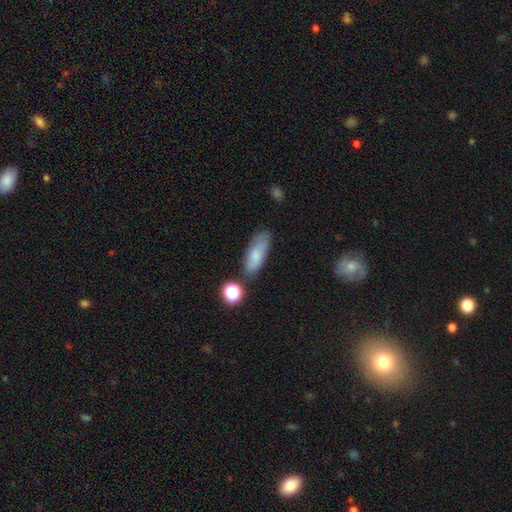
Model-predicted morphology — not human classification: The model was most divided on "how rounded": in between: 68%, cigar-shaped: 28%, round: 4%. More confident: smooth or featured — smooth (76%); merging — none (65%).